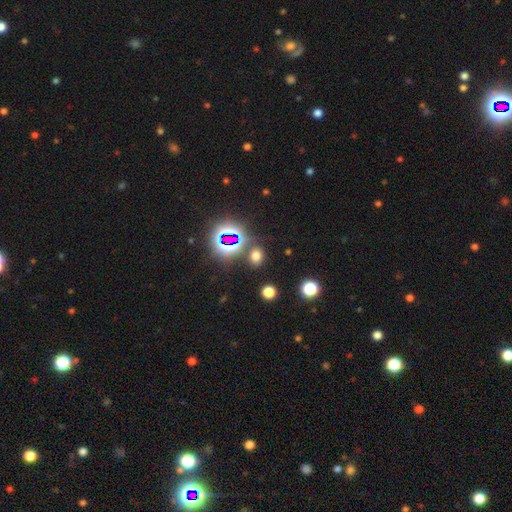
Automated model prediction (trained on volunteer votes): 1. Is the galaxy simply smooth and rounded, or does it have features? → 62% smooth, 31% star or artifact, 7% featured or disk.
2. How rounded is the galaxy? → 51% round, 47% in between, 2% cigar-shaped.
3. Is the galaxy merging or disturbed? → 80% none, 9% minor disturbance, 7% merger, 4% major disturbance.